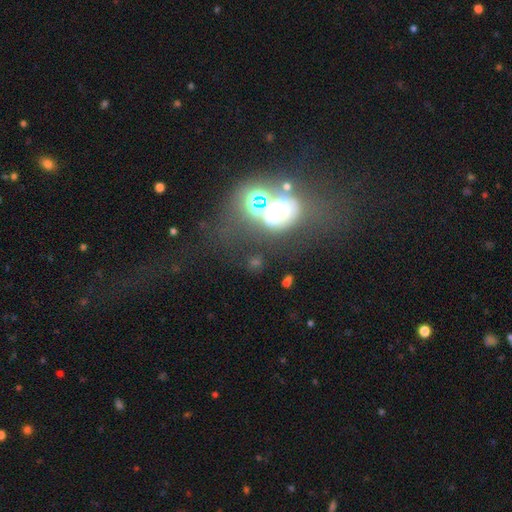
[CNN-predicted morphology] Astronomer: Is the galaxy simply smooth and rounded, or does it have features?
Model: smooth — 34% (runner-up: featured or disk, 33%).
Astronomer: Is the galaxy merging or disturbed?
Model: merger — 45% (runner-up: none, 26%).